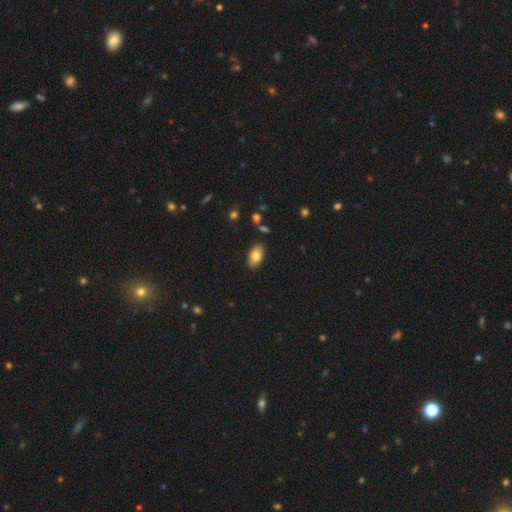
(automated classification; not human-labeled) Morphology: type=smooth (82%); roundness=in between (93%); merging=none (86%).